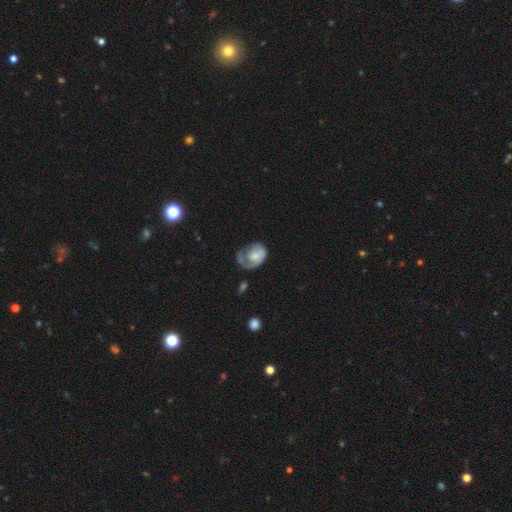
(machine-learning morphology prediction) Smooth or featured? featured or disk (52%)
Edge-on disk? no (97%)
Merging? major disturbance (35%)